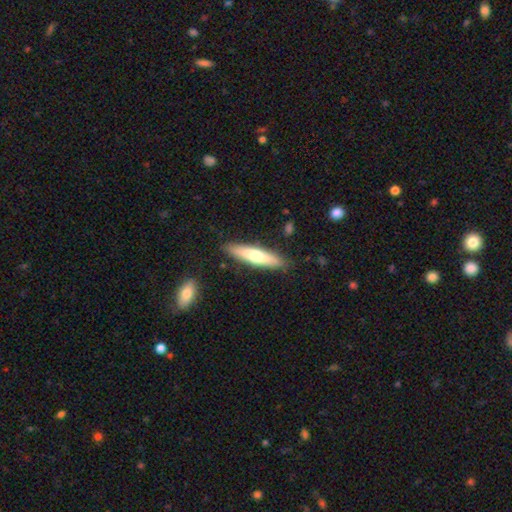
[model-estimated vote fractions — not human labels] A smooth galaxy with no disk features (60%) that is cigar-shaped (79%). Merging: none (87%).